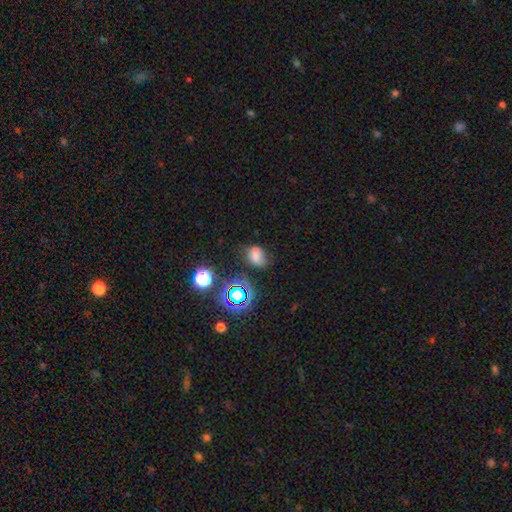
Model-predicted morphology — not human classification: smooth_or_featured: smooth (p=0.64) [alt: star or artifact p=0.24]
how_rounded: in between (p=0.69) [alt: round p=0.30]
merging: none (p=0.56) [alt: minor disturbance p=0.27]